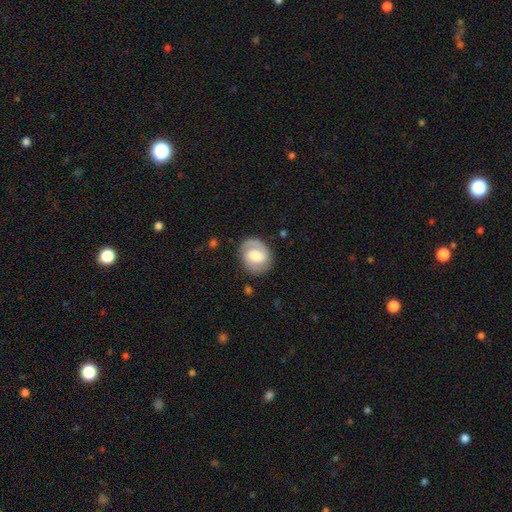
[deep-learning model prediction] A featured or disk galaxy (69%) with a weak bar (47%), 2 (80%) tight (44%) spiral arms (89%) and a moderate central bulge (58%). Merging: none (81%).